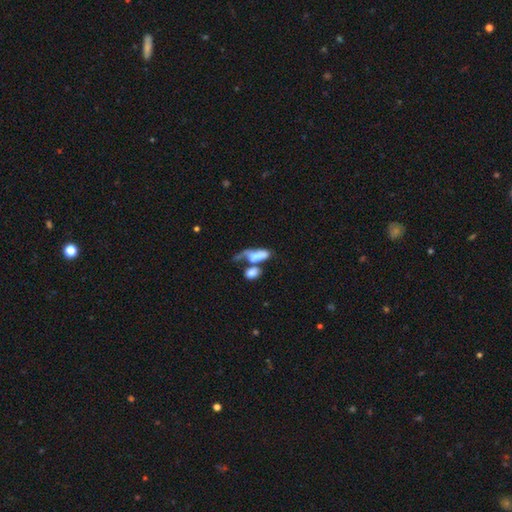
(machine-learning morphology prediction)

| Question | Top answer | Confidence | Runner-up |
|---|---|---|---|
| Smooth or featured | smooth | 64% | featured or disk (26%) |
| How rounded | in between | 78% | cigar-shaped (15%) |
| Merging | merger | 56% | major disturbance (19%) |